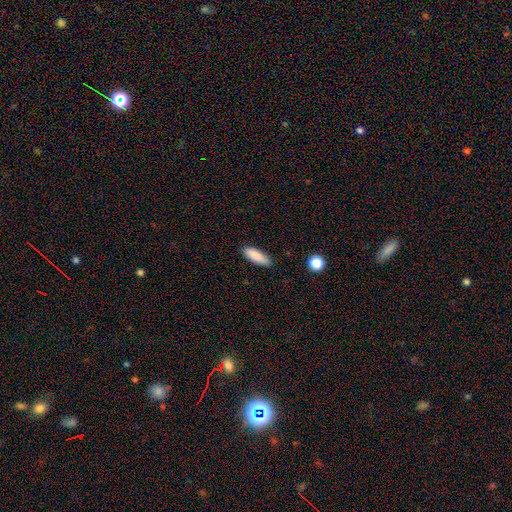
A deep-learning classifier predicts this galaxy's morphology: The model was most divided on "how rounded": in between: 61%, cigar-shaped: 37%, round: 2%. More confident: smooth or featured — smooth (88%); merging — none (84%).